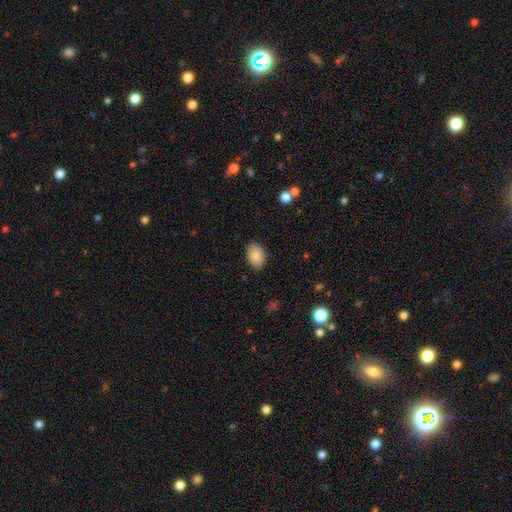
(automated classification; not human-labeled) Smooth or featured? Predicted: smooth (p=0.85). How rounded? Predicted: in between (p=0.83). Merging? Predicted: none (p=0.87).